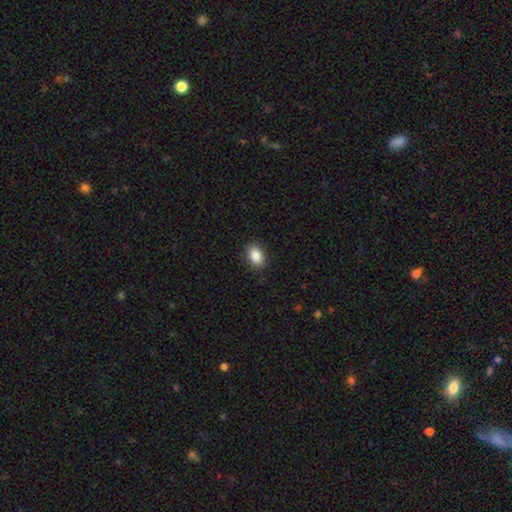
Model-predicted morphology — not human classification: smooth 86%, star or artifact 8%, featured or disk 6%. Down the decision tree: how rounded — in between (79%); merging — none (88%).